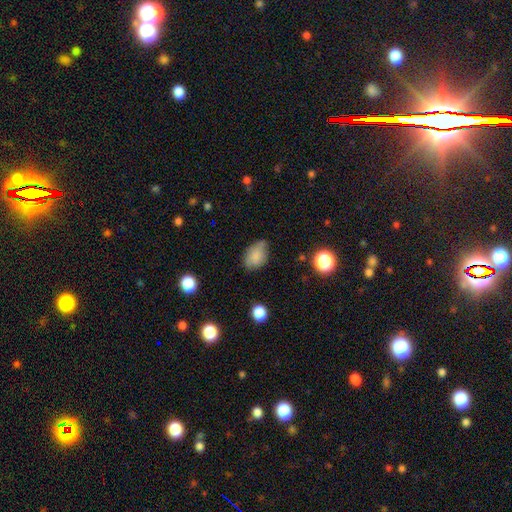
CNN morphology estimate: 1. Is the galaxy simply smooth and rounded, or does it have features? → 80% smooth, 10% featured or disk, 10% star or artifact.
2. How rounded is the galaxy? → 84% in between, 15% round, 2% cigar-shaped.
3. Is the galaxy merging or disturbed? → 55% none, 35% minor disturbance, 8% major disturbance, 2% merger.